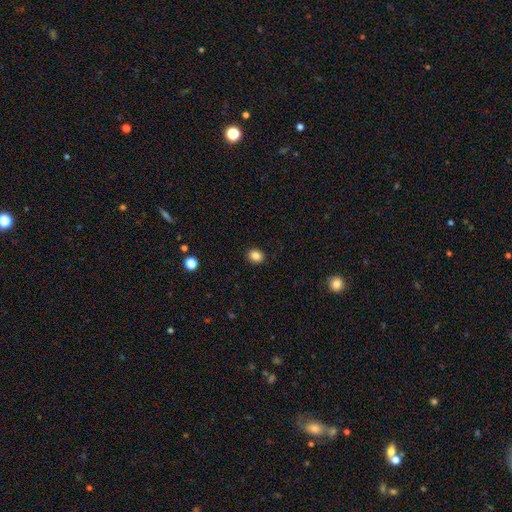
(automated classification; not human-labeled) This is clearly a smooth galaxy (85%). How rounded: likely round (60%). Merging: clearly none (90%).